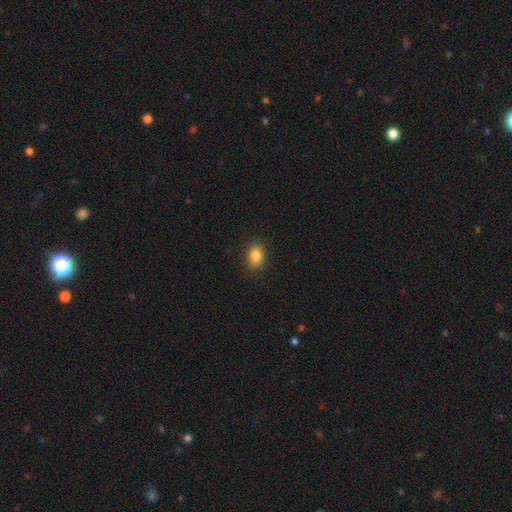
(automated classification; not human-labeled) Overall: smooth (85%). How rounded: in between (72%). Merging: none (89%).